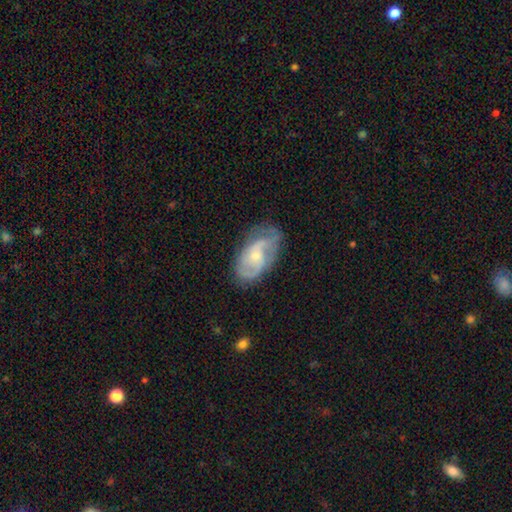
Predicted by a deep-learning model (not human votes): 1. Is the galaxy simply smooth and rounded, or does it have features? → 76% featured or disk, 18% smooth, 6% star or artifact.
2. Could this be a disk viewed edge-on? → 96% no, 4% yes.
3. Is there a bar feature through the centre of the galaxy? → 62% no, 33% weak, 5% strong.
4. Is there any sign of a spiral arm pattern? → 92% yes, 8% no.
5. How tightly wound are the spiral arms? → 49% medium, 29% tight, 22% loose.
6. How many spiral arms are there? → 66% 2, 17% can't tell, 8% 3, 5% 1, 2% 4, 2% more than 4.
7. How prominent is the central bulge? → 61% small, 34% moderate, 2% none, 2% large, 1% dominant.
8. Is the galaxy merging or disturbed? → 61% none, 26% minor disturbance, 11% major disturbance, 2% merger.